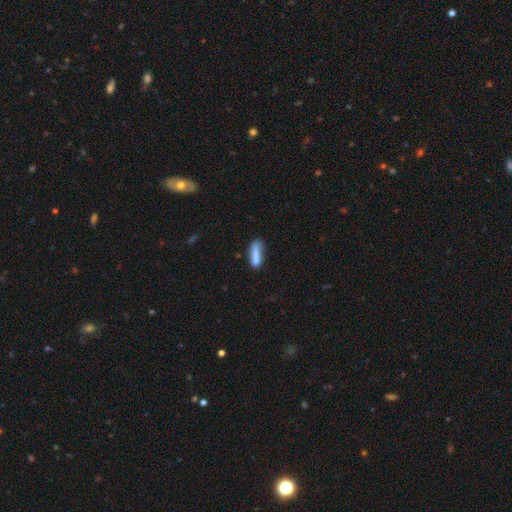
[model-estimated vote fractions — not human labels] This is clearly a smooth galaxy (81%). How rounded: likely cigar-shaped (64%). Merging: likely none (60%).